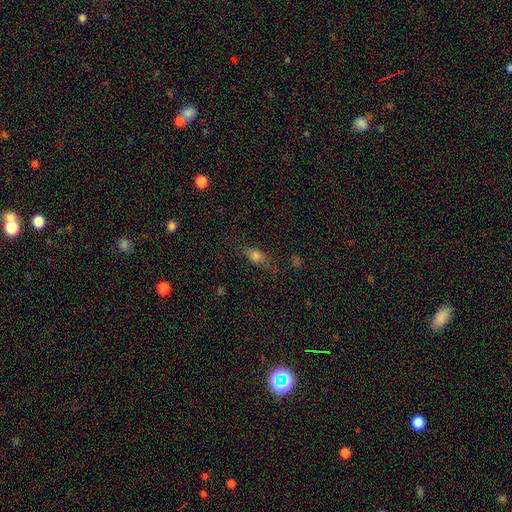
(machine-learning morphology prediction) smooth-or-featured: smooth: 74% | featured or disk: 13% | star or artifact: 13%
  how-rounded: in between: 74% | cigar-shaped: 13% | round: 13%
  merging: none: 65% | minor disturbance: 23% | major disturbance: 10% | merger: 3%